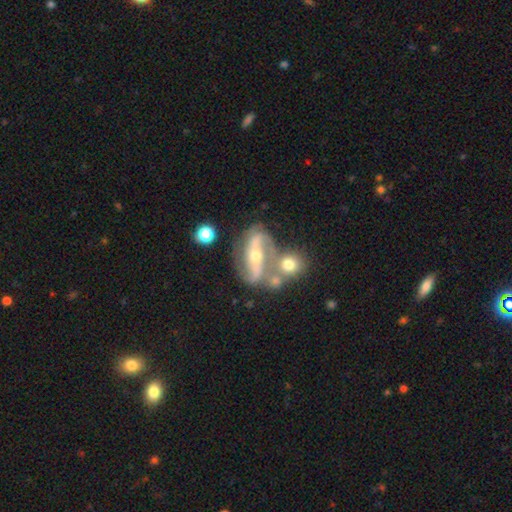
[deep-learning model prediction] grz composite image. It shows a featured or disk galaxy (83%) with a strong bar (53%), 2 (87%) medium (44%) spiral arms (92%) and a moderate central bulge (52%). Merging: none (51%).